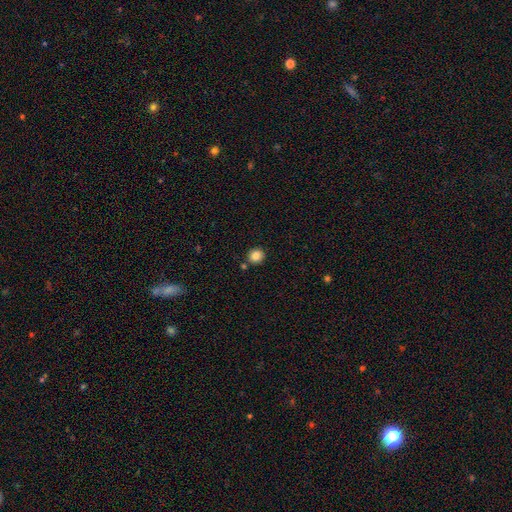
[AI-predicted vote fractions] Smooth or featured? smooth (85%)
How rounded? round (89%)
Merging? none (85%)